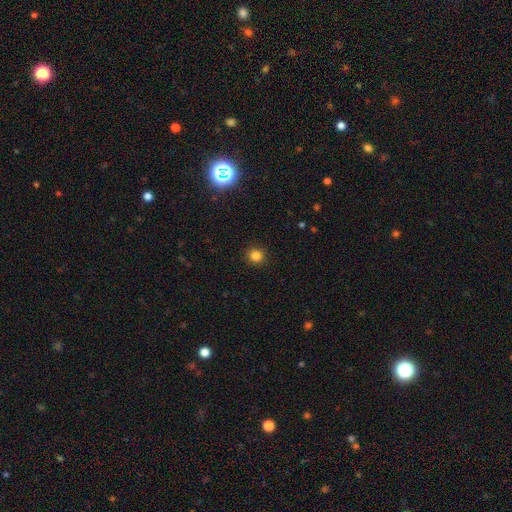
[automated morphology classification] The model was most divided on "smooth or featured": smooth: 82%, star or artifact: 13%, featured or disk: 4%. More confident: how rounded — round (92%); merging — none (92%).